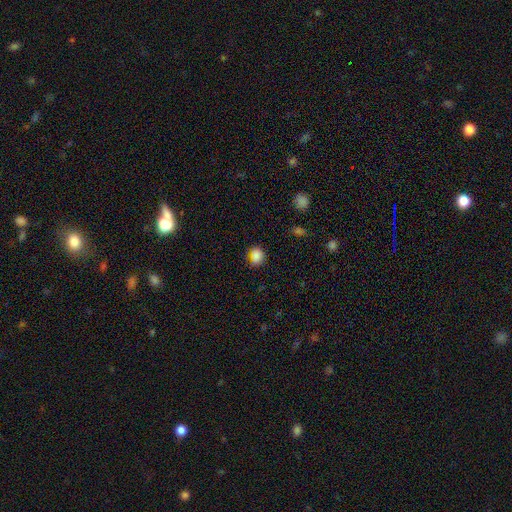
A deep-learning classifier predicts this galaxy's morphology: smooth_or_featured: smooth (p=0.85) [alt: star or artifact p=0.11]
how_rounded: round (p=0.51) [alt: in between p=0.48]
merging: none (p=0.74) [alt: minor disturbance p=0.19]